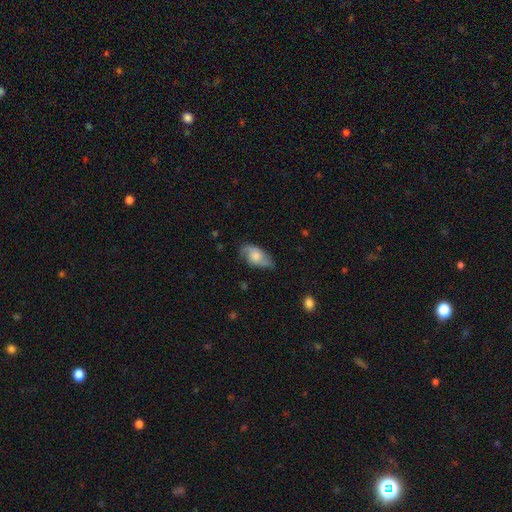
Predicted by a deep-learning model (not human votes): smooth_or_featured: smooth (p=0.54) [alt: featured or disk p=0.40]
how_rounded: in between (p=0.90) [alt: round p=0.05]
merging: none (p=0.65) [alt: minor disturbance p=0.26]